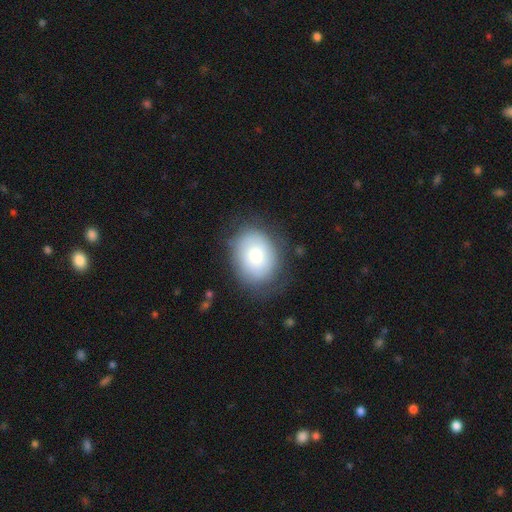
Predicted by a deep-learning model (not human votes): smooth_or_featured: smooth (p=0.67) [alt: featured or disk p=0.25]
how_rounded: in between (p=0.52) [alt: round p=0.47]
merging: none (p=0.73) [alt: minor disturbance p=0.19]